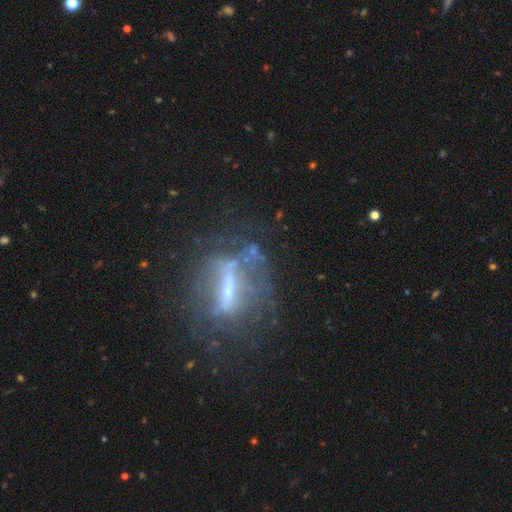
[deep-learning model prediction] Smooth or featured? featured or disk (66%)
Edge-on disk? no (72%)
Merging? none (51%)